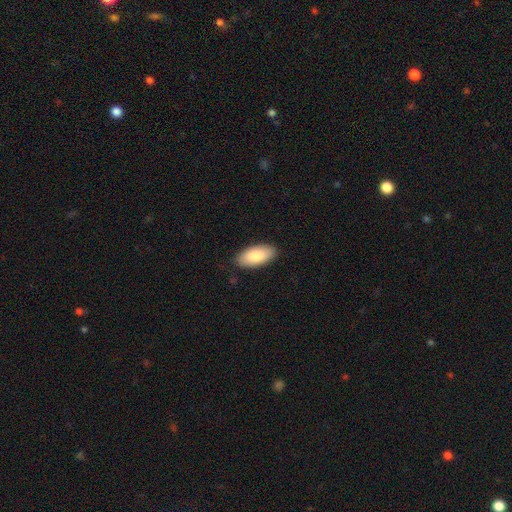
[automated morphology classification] smooth-or-featured: smooth: 84% | featured or disk: 10% | star or artifact: 5%
  how-rounded: in between: 92% | cigar-shaped: 6% | round: 2%
  merging: none: 88% | minor disturbance: 9% | major disturbance: 2% | merger: 1%